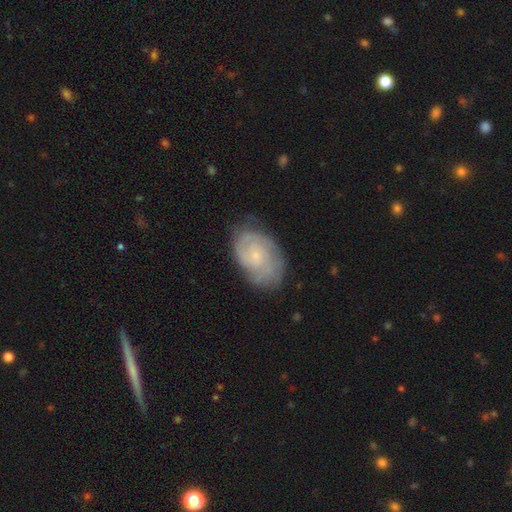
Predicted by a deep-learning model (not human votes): Smooth or featured?
  - featured or disk: 75% *
  - smooth: 19%
  - star or artifact: 6%
Edge-on disk?
  - no: 97% *
  - yes: 3%
Bar?
  - no: 72% *
  - weak: 25%
  - strong: 3%
Spiral arms?
  - yes: 93% *
  - no: 7%
Spiral winding?
  - tight: 63% *
  - medium: 30%
  - loose: 7%
Spiral arm count?
  - can't tell: 36% *
  - 2: 32%
  - 3: 17%
  - 4: 7%
  - 1: 5%
  - more than 4: 4%
Bulge size?
  - small: 75% *
  - moderate: 17%
  - none: 5%
  - large: 1%
  - dominant: 1%
Merging?
  - none: 73% *
  - minor disturbance: 20%
  - major disturbance: 6%
  - merger: 1%